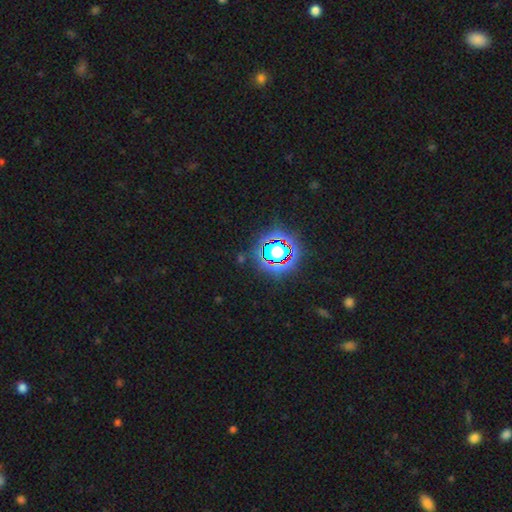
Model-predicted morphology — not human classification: The model was most divided on "smooth or featured": star or artifact: 79%, smooth: 13%, featured or disk: 8%.